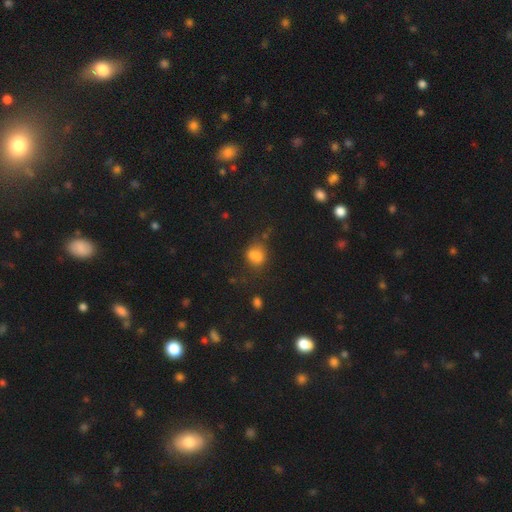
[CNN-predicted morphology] smooth_or_featured: smooth (p=0.72) [alt: star or artifact p=0.14]
how_rounded: in between (p=0.54) [alt: round p=0.43]
merging: none (p=0.44) [alt: minor disturbance p=0.24]